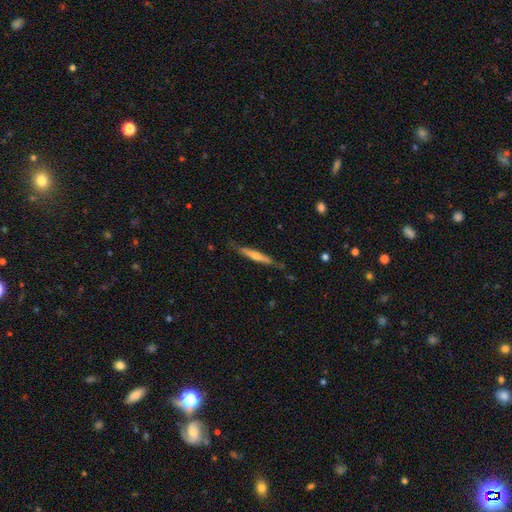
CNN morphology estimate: Smooth or featured? Predicted: featured or disk (p=0.59). Edge-on disk? Predicted: yes (p=0.95). Edge-on bulge? Predicted: rounded (p=0.55). Merging? Predicted: none (p=0.80).